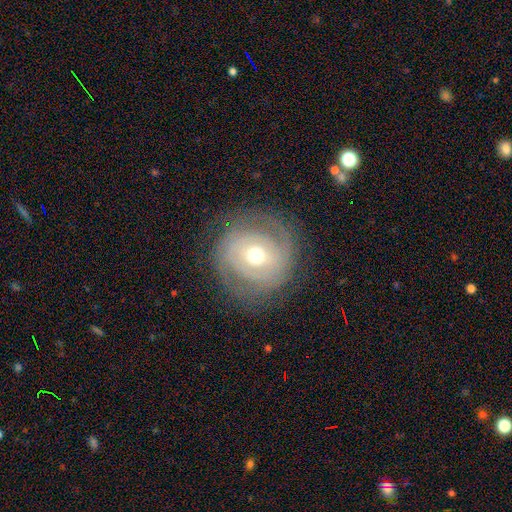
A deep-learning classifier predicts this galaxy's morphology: Smooth or featured? Predicted: featured or disk (p=0.67). Edge-on disk? Predicted: no (p=0.97). Bar? Predicted: no (p=0.65). Spiral arms? Predicted: yes (p=0.71). Bulge size? Predicted: moderate (p=0.70). Merging? Predicted: none (p=0.76).